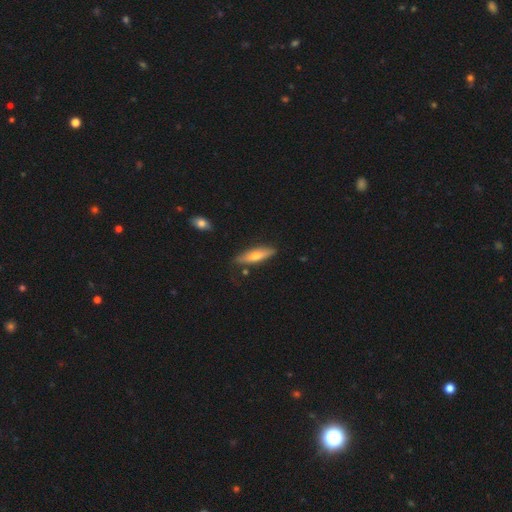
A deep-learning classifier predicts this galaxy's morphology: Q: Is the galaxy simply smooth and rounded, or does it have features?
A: smooth — 58%.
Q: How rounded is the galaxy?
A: cigar-shaped — 67%.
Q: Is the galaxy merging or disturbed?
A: none — 82%.